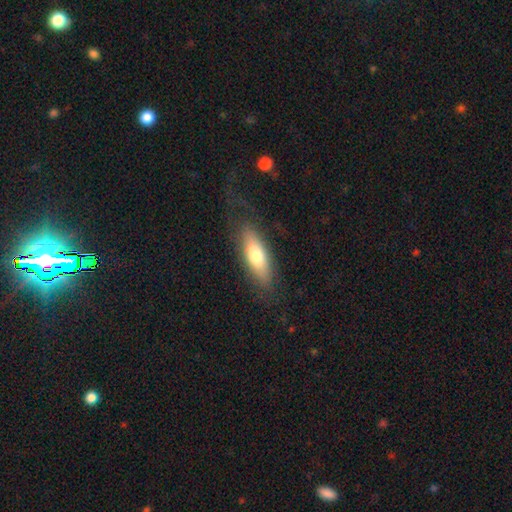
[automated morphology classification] Smooth or featured?
  - smooth: 68% *
  - featured or disk: 26%
  - star or artifact: 6%
How rounded?
  - in between: 65% *
  - cigar-shaped: 33%
  - round: 3%
Merging?
  - none: 76% *
  - minor disturbance: 16%
  - major disturbance: 7%
  - merger: 1%